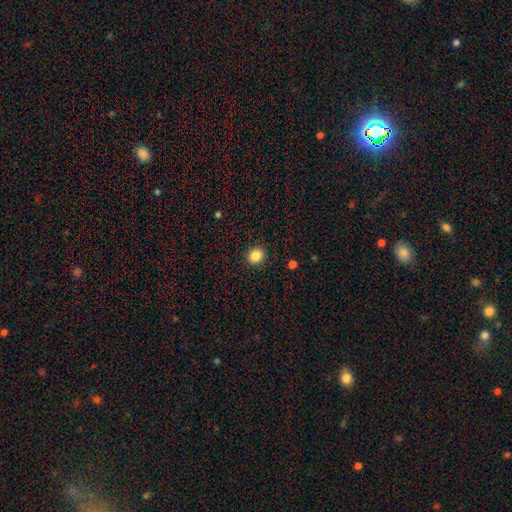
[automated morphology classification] smooth_or_featured: smooth (p=0.85) [alt: star or artifact p=0.11]
how_rounded: round (p=0.76) [alt: in between p=0.23]
merging: none (p=0.92) [alt: minor disturbance p=0.05]